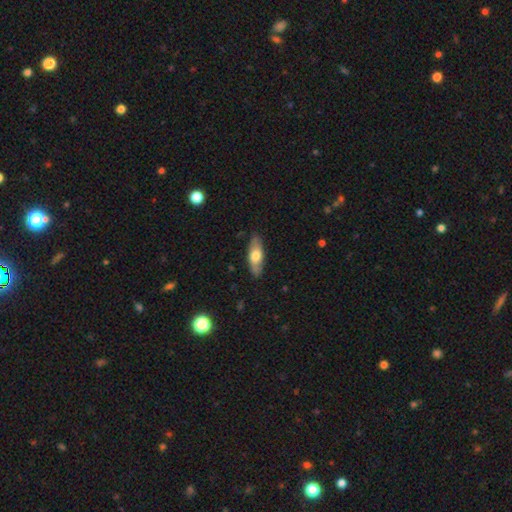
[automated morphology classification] The model was most divided on "smooth or featured": smooth: 64%, featured or disk: 31%, star or artifact: 5%. More confident: merging — none (86%); how rounded — in between (66%).